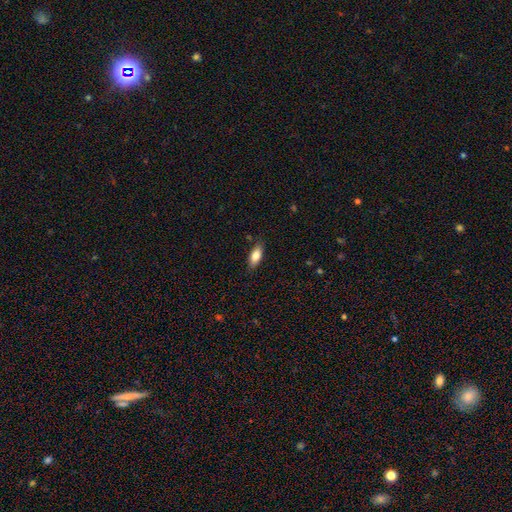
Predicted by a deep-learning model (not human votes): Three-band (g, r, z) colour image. It shows a smooth galaxy with no disk features (80%) that is in between round and cigar-shaped (80%). Merging: none (83%).